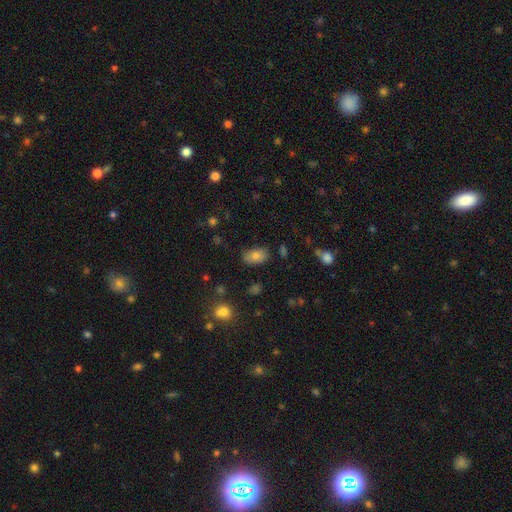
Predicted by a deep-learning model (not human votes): Smooth or featured?
  - smooth: 78% *
  - featured or disk: 12%
  - star or artifact: 10%
How rounded?
  - in between: 89% *
  - round: 9%
  - cigar-shaped: 2%
Merging?
  - none: 78% *
  - minor disturbance: 16%
  - major disturbance: 3%
  - merger: 2%